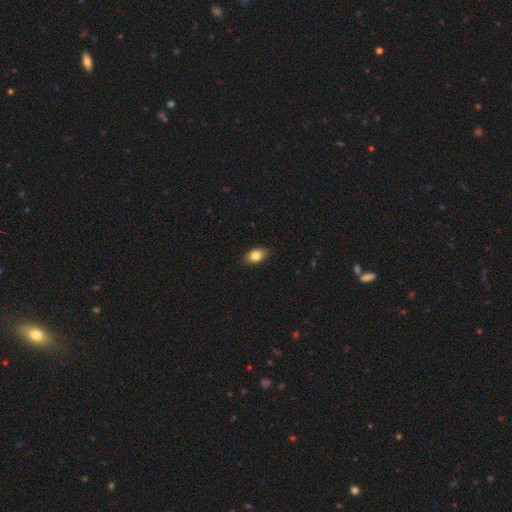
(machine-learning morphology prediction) smooth 81%, featured or disk 11%, star or artifact 8%. Down the decision tree: how rounded — in between (87%); merging — none (88%).